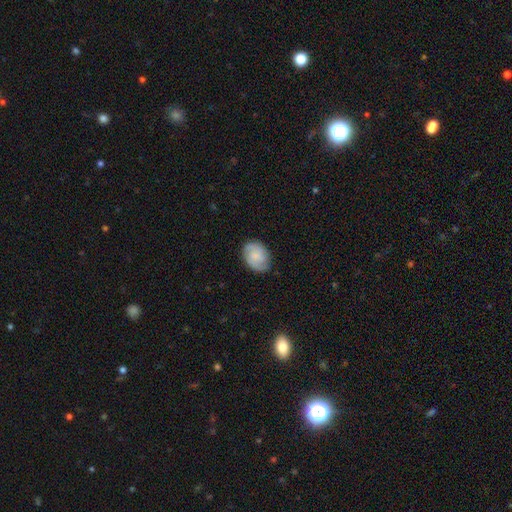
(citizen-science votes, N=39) Smooth or featured? smooth (62%)
How rounded? in between (83%)
Merging? none (78%)